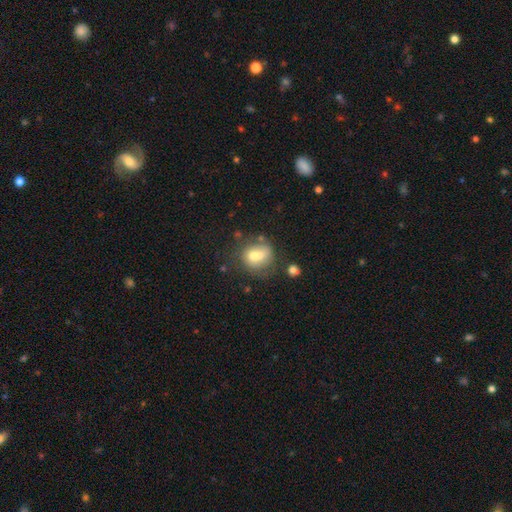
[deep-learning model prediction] A smooth galaxy with no disk features (64%) that is round (68%).

Vote fractions:
- Smooth or featured? smooth: 64% / featured or disk: 26% / star or artifact: 10%
- How rounded? round: 68% / in between: 31% / cigar-shaped: 1%
- Merging? merger: 44% / none: 34% / minor disturbance: 14% / major disturbance: 8%